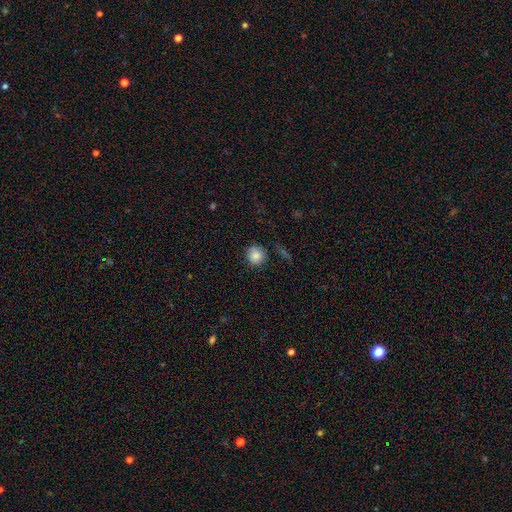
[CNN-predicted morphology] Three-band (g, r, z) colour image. It shows a smooth galaxy with no disk features (84%) that is round (90%). Merging: none (80%).